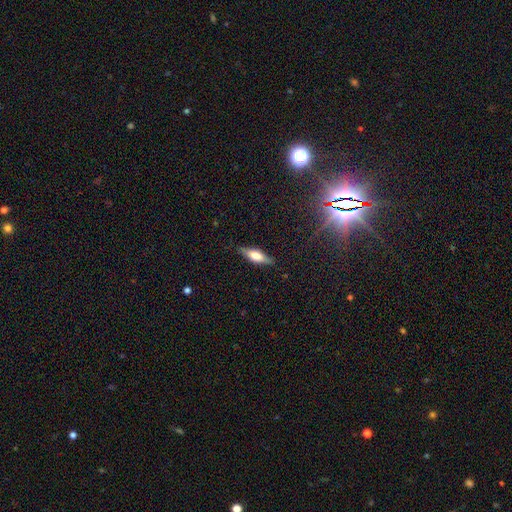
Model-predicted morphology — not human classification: Smooth or featured?
  - featured or disk: 48% *
  - smooth: 45%
  - star or artifact: 7%
Merging?
  - none: 85% *
  - minor disturbance: 12%
  - major disturbance: 3%
  - merger: 1%